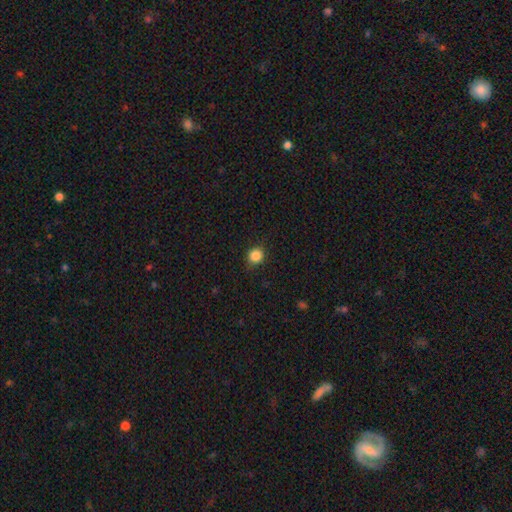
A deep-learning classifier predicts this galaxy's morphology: Smooth or featured? smooth (85%)
How rounded? round (88%)
Merging? none (87%)